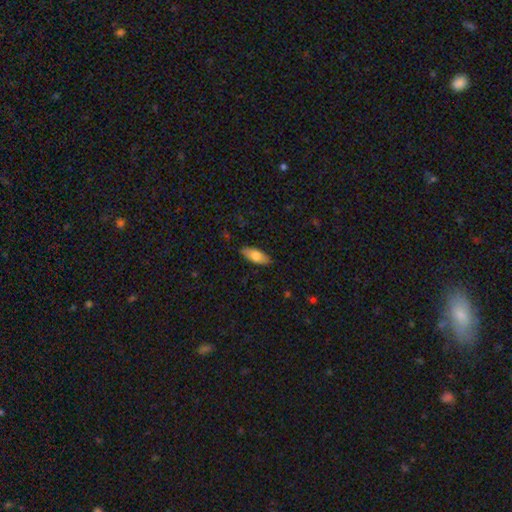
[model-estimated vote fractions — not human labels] Smooth or featured?
  - smooth: 72% *
  - featured or disk: 22%
  - star or artifact: 6%
How rounded?
  - in between: 81% *
  - cigar-shaped: 17%
  - round: 2%
Merging?
  - none: 85% *
  - minor disturbance: 11%
  - major disturbance: 2%
  - merger: 1%